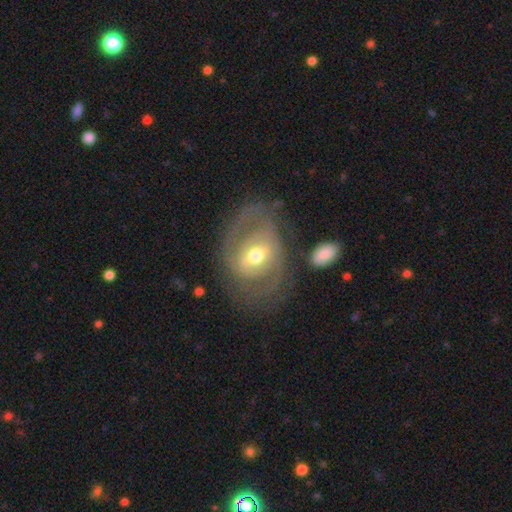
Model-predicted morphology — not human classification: Smooth or featured? featured or disk (72%)
Edge-on disk? no (95%)
Bar? weak (42%)
Spiral arms? yes (62%)
Bulge size? moderate (73%)
Merging? none (66%)